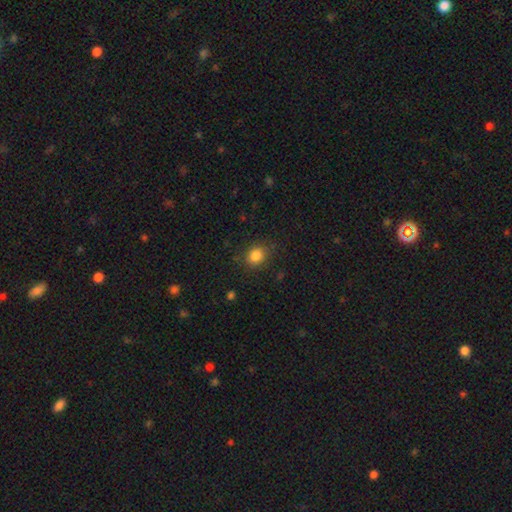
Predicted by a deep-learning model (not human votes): Smooth or featured? Predicted: smooth (p=0.84). How rounded? Predicted: round (p=0.66). Merging? Predicted: none (p=0.85).